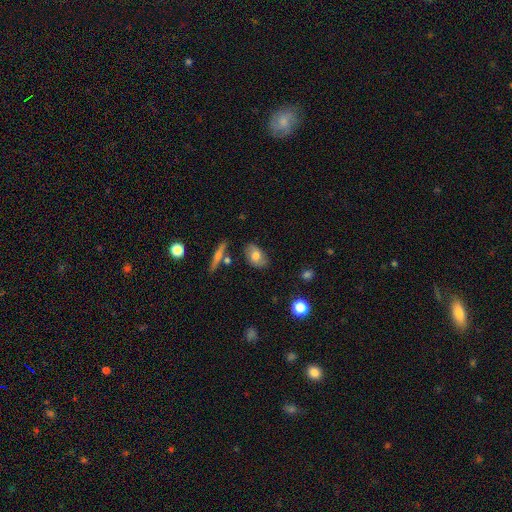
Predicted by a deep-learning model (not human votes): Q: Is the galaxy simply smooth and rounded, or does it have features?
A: smooth — 61%.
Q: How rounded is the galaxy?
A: in between — 85%.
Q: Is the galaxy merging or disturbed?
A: none — 74%.